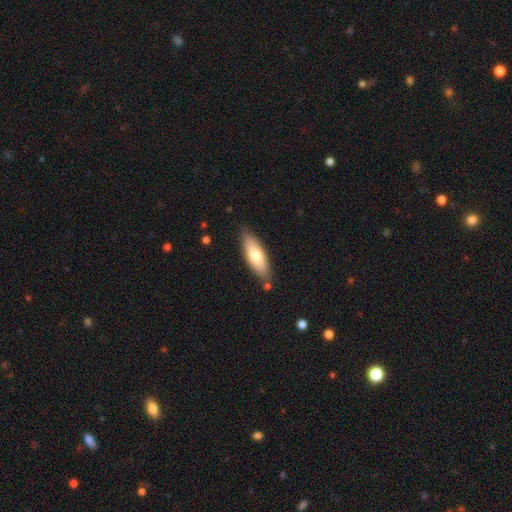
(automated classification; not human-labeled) A smooth galaxy with no disk features (71%) that is in between round and cigar-shaped (58%).

Vote fractions:
- Smooth or featured? smooth: 71% / featured or disk: 23% / star or artifact: 6%
- How rounded? in between: 58% / cigar-shaped: 40% / round: 2%
- Merging? none: 81% / minor disturbance: 13% / merger: 4% / major disturbance: 2%